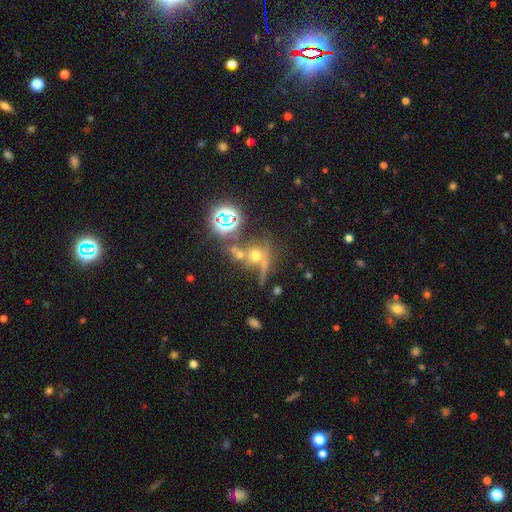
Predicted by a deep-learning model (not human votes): This is marginally a star or artifact rather than a galaxy (38%).